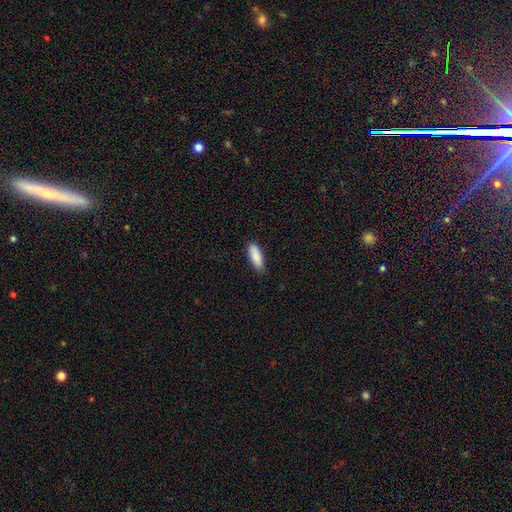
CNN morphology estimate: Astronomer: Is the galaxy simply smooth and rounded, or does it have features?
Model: smooth — 89%.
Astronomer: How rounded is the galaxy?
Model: in between — 71%.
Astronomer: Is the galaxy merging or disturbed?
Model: none — 82%.